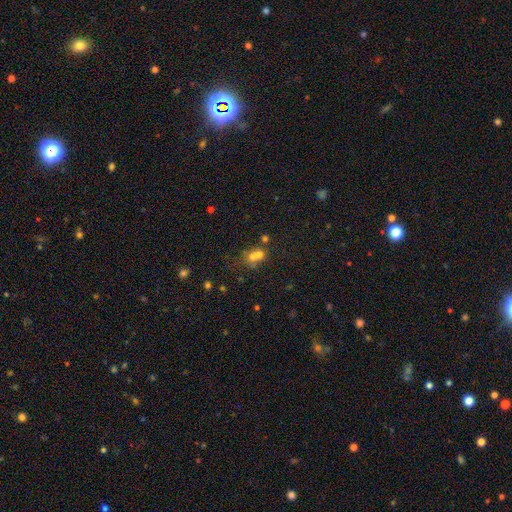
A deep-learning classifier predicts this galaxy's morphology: Overall: smooth (60%; star or artifact 21%). How rounded: round (77%). Merging: merger (58%; none 32%).